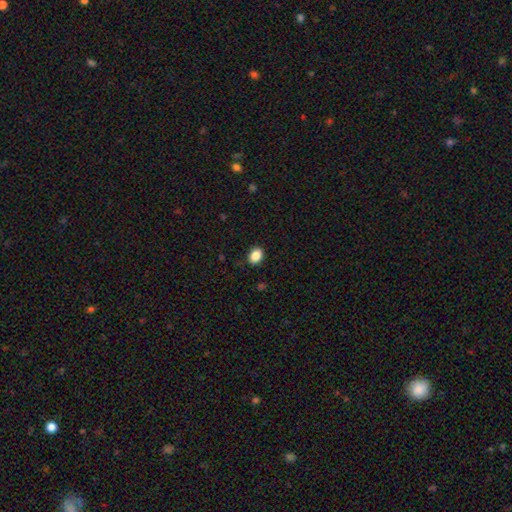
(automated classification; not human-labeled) Overall: smooth (88%). How rounded: in between (65%; round 34%). Merging: none (89%).